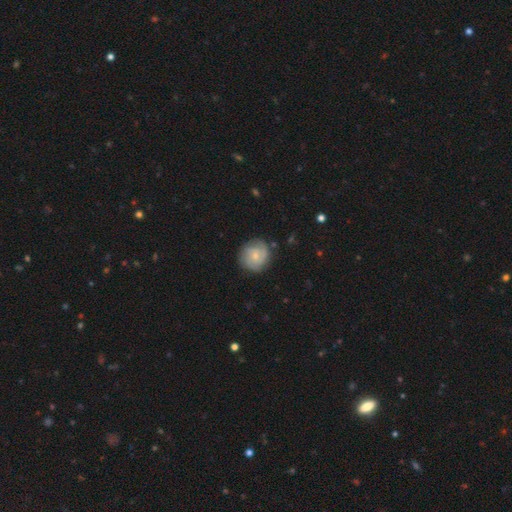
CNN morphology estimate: Smooth or featured: featured or disk — 50% (smooth — 43%)
Edge-on disk: no — 98% (yes — 2%)
Merging: none — 80% (minor disturbance — 15%)